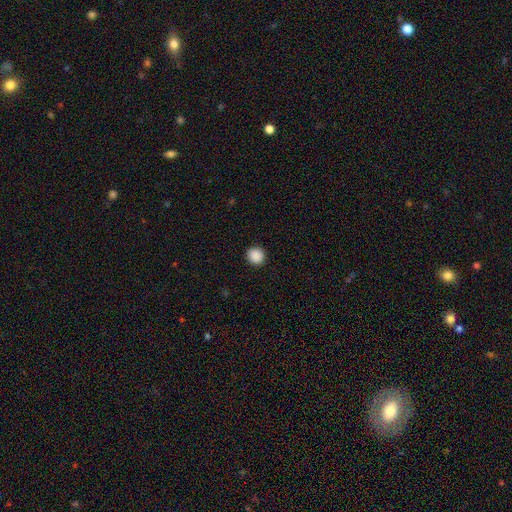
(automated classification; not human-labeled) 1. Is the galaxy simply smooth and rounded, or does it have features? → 89% smooth, 8% star or artifact, 2% featured or disk.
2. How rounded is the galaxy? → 89% round, 11% in between, 1% cigar-shaped.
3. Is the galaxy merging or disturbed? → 92% none, 5% minor disturbance, 2% major disturbance, 1% merger.